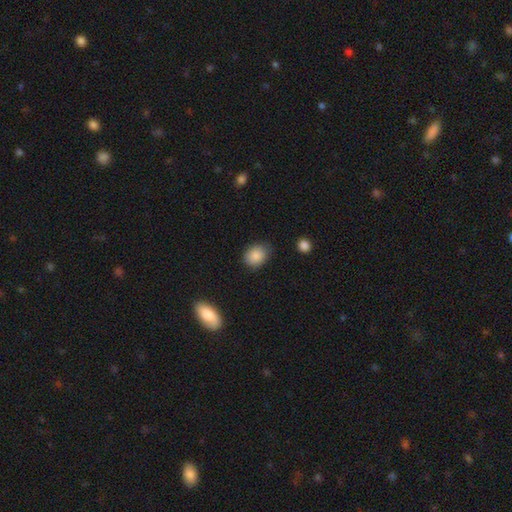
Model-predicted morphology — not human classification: This is clearly a smooth galaxy (87%). How rounded: possibly in between (51%). Merging: likely none (80%).